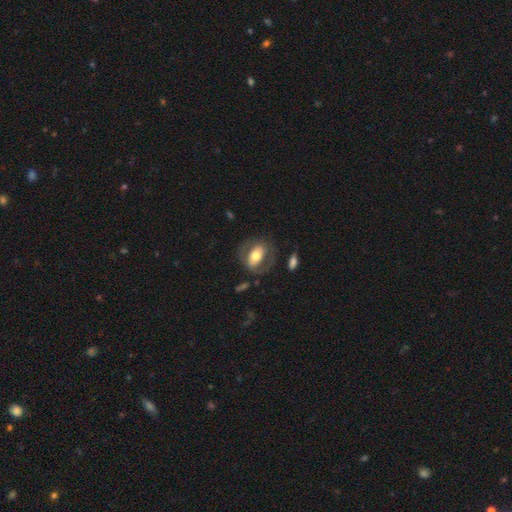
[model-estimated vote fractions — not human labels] The model was most divided on "smooth or featured": featured or disk: 47%, smooth: 46%, star or artifact: 7%. More confident: merging — none (67%).